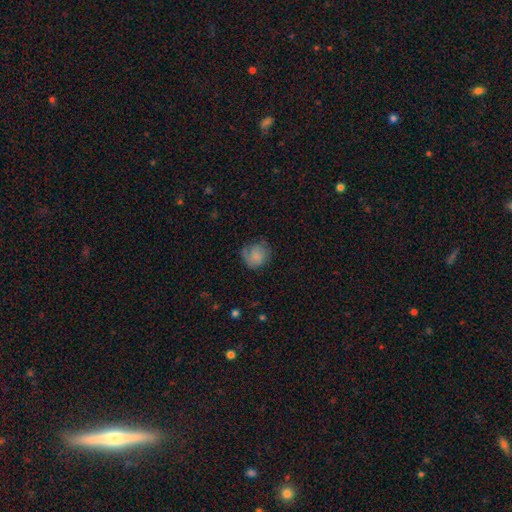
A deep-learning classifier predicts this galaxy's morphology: This is likely a smooth galaxy (69%). How rounded: clearly round (81%). Merging: likely none (60%).